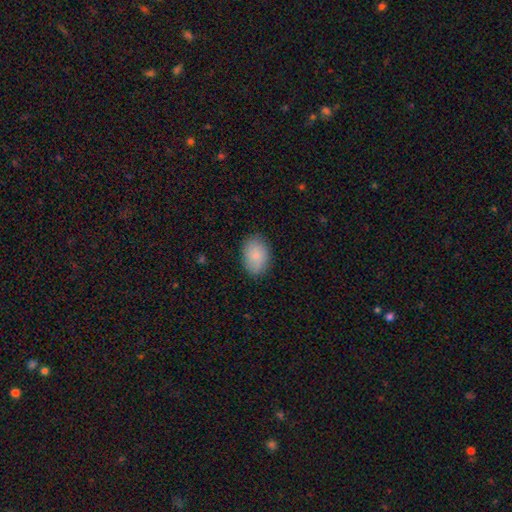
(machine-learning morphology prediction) This appears to be a smooth galaxy with no disk features (82%) that is in between round and cigar-shaped (79%). Merging: none (83%).